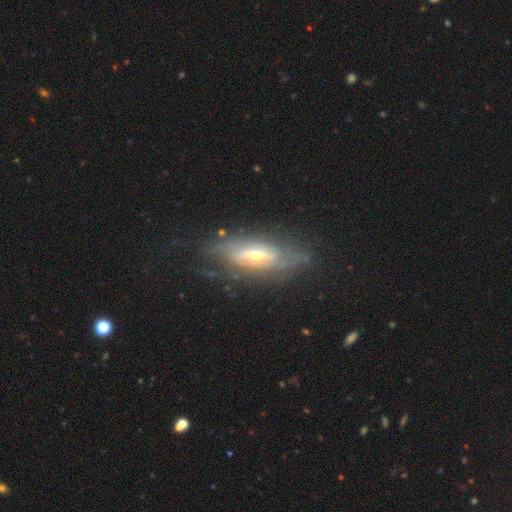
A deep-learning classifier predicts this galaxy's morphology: Smooth or featured? featured or disk (74%)
Edge-on disk? no (61%)
Merging? none (61%)